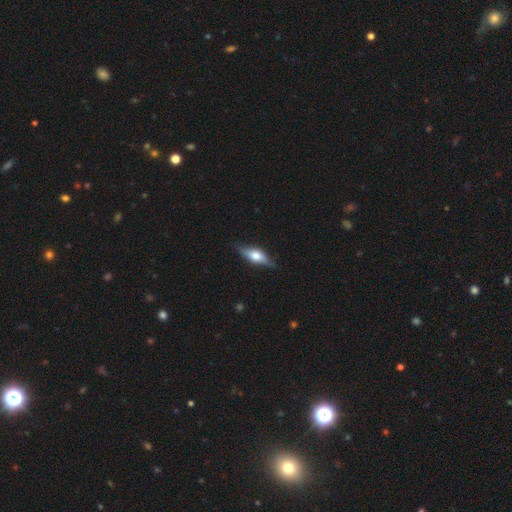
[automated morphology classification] This is possibly a featured or disk galaxy (54%). It is clearly viewed edge-on (91%). Merging: clearly none (81%).